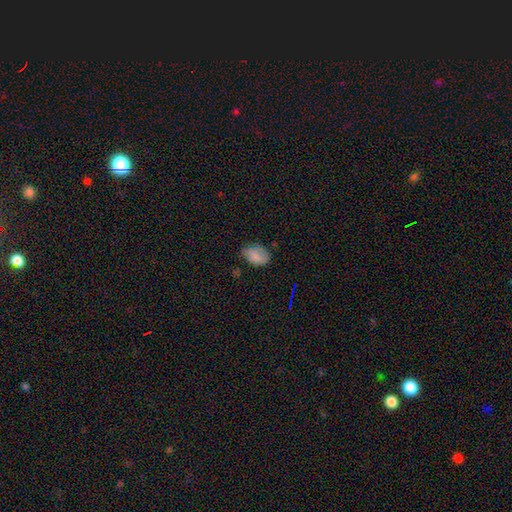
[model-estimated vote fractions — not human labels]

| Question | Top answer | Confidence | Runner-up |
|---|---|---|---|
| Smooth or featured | smooth | 81% | star or artifact (10%) |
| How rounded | in between | 84% | round (15%) |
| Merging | none | 59% | minor disturbance (32%) |